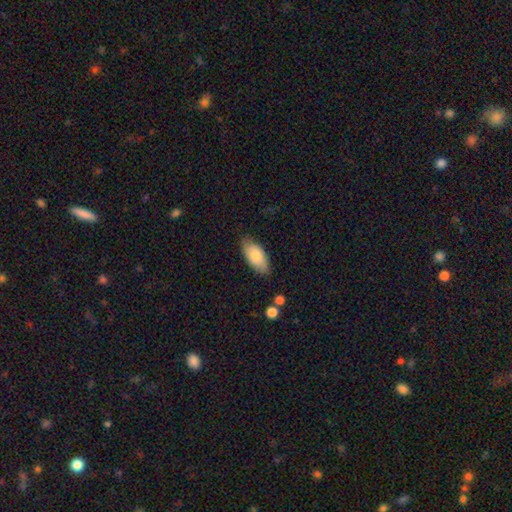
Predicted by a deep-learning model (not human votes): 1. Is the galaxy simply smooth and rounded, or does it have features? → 81% smooth, 13% featured or disk, 6% star or artifact.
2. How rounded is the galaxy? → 91% in between, 7% cigar-shaped, 2% round.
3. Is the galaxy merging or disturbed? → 79% none, 17% minor disturbance, 3% major disturbance, 2% merger.